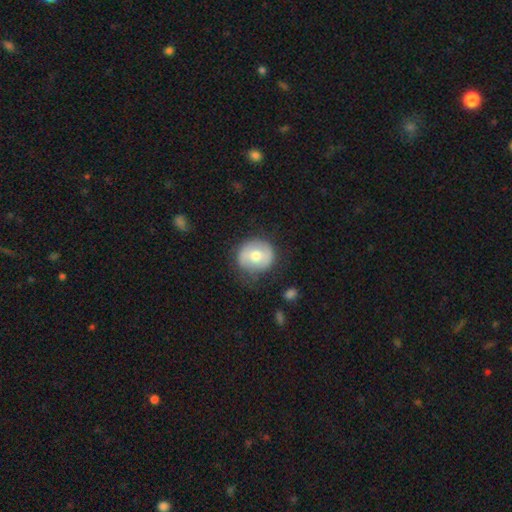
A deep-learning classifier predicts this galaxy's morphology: A smooth galaxy with no disk features (61%) that is round (86%). Merging: none (76%).